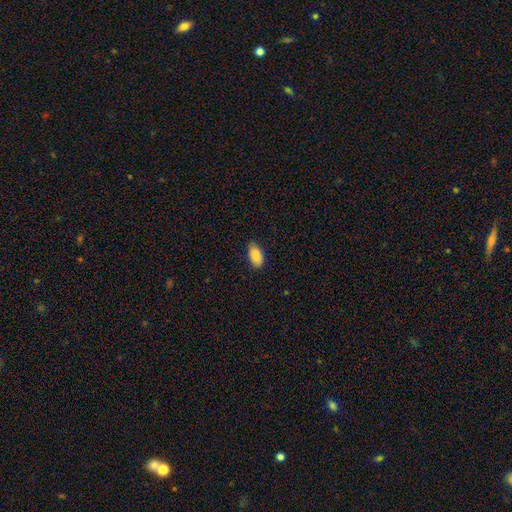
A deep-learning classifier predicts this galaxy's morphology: This is clearly a smooth galaxy (89%). How rounded: clearly in between (94%). Merging: likely none (77%).